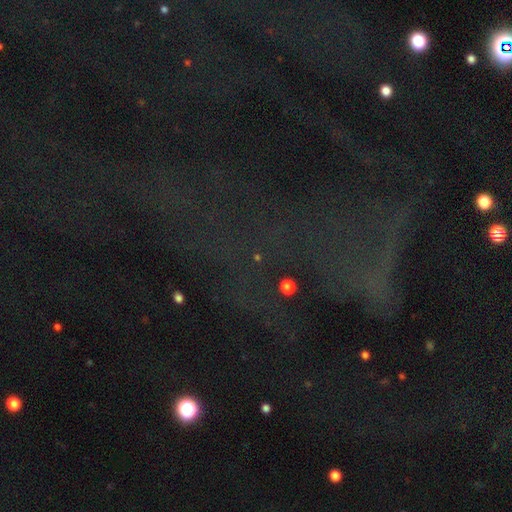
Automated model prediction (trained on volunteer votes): smooth_or_featured: star or artifact (p=0.74) [alt: smooth p=0.13]